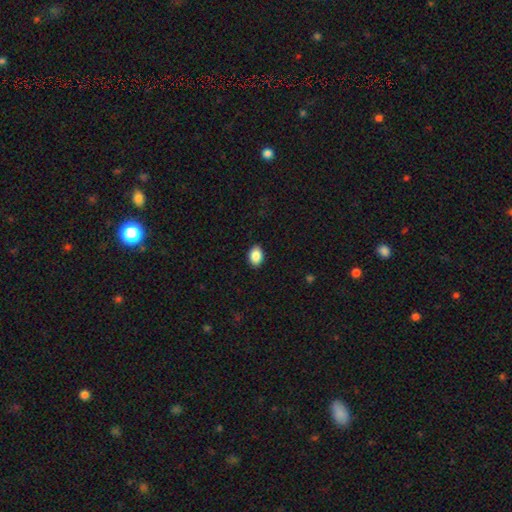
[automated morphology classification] Overall: smooth (89%). How rounded: in between (79%). Merging: none (89%).